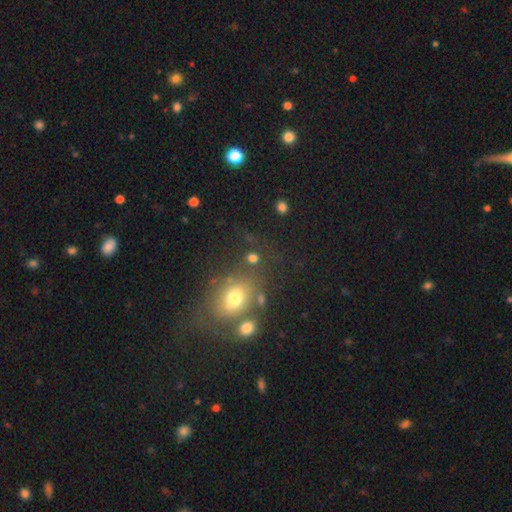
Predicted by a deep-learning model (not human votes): Smooth or featured?
  - smooth: 57% *
  - star or artifact: 30%
  - featured or disk: 13%
How rounded?
  - round: 54% *
  - in between: 44%
  - cigar-shaped: 2%
Merging?
  - none: 63% *
  - merger: 16%
  - minor disturbance: 14%
  - major disturbance: 7%